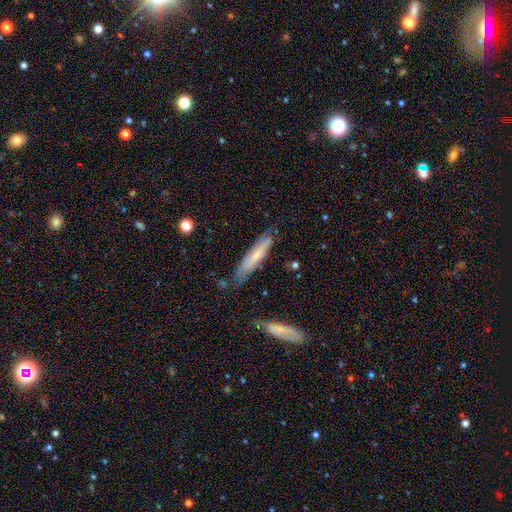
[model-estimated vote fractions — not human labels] Smooth or featured?
  - smooth: 54% *
  - featured or disk: 39%
  - star or artifact: 6%
How rounded?
  - cigar-shaped: 83% *
  - in between: 15%
  - round: 1%
Merging?
  - none: 69% *
  - minor disturbance: 22%
  - major disturbance: 5%
  - merger: 3%